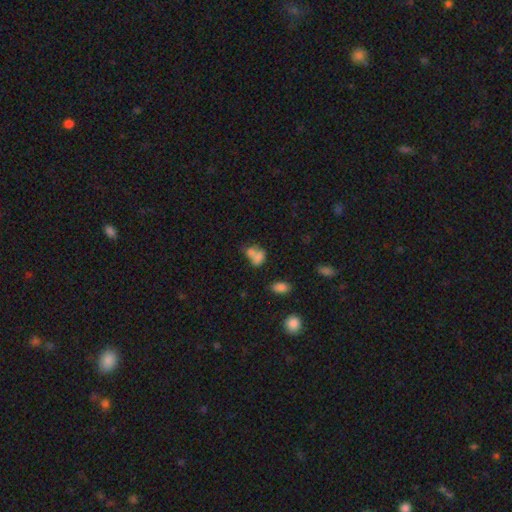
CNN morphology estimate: smooth-or-featured: smooth: 70% | featured or disk: 18% | star or artifact: 12%
  how-rounded: in between: 72% | round: 26% | cigar-shaped: 2%
  merging: merger: 55% | none: 23% | minor disturbance: 13% | major disturbance: 9%